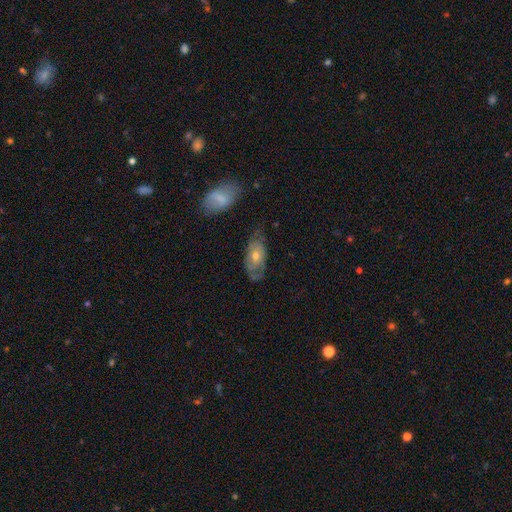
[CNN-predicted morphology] Smooth or featured? Predicted: featured or disk (p=0.53). Edge-on disk? Predicted: no (p=0.87). Merging? Predicted: none (p=0.55).